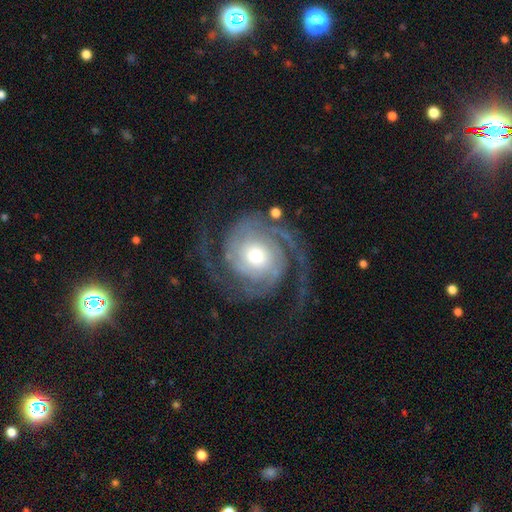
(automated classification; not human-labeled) Smooth or featured: featured or disk — 91% (star or artifact — 4%)
Edge-on disk: no — 98% (yes — 2%)
Bar: no — 73% (weak — 18%)
Spiral arms: yes — 98% (no — 2%)
Spiral winding: tight — 54% (medium — 35%)
Spiral arm count: 2 — 79% (3 — 8%)
Bulge size: moderate — 52% (small — 36%)
Merging: none — 72% (major disturbance — 14%)